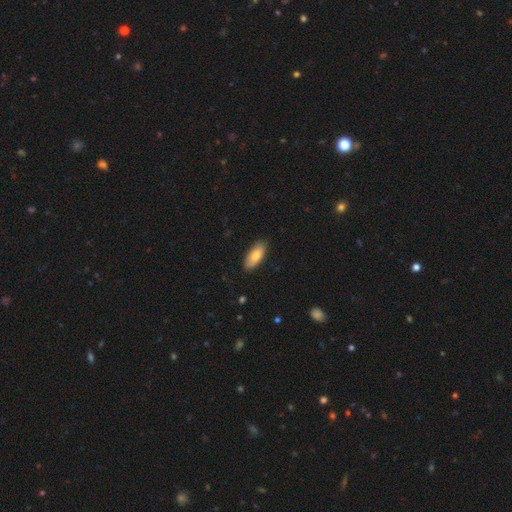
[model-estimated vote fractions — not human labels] Overall: smooth (78%). How rounded: in between (85%). Merging: none (85%).